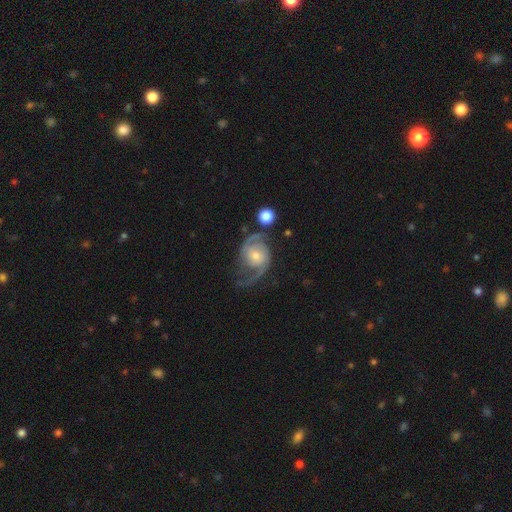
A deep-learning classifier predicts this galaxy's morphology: This appears to be a featured or disk galaxy (89%) with no bar (69%), 2 (90%) medium (50%) spiral arms (97%) and a small central bulge (50%). Merging: none (62%).